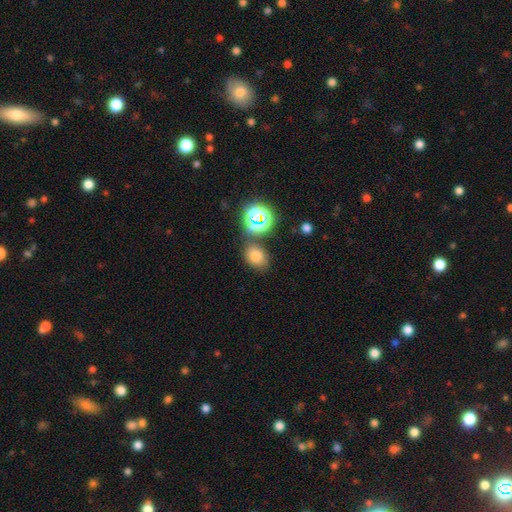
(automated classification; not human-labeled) Smooth or featured? Predicted: smooth (p=0.72). How rounded? Predicted: in between (p=0.63). Merging? Predicted: none (p=0.74).